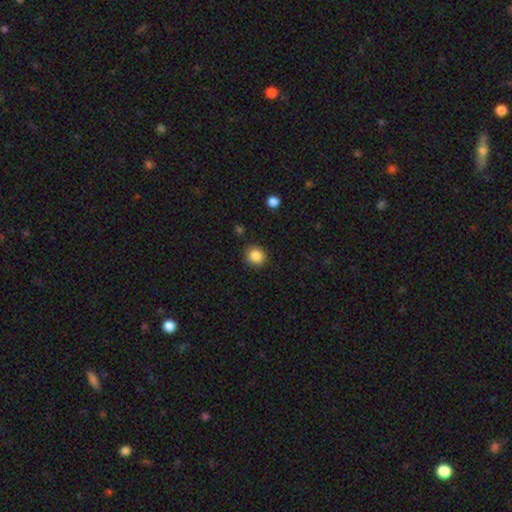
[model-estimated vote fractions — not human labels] smooth_or_featured: smooth (p=0.86) [alt: star or artifact p=0.10]
how_rounded: round (p=0.89) [alt: in between p=0.10]
merging: none (p=0.88) [alt: minor disturbance p=0.08]